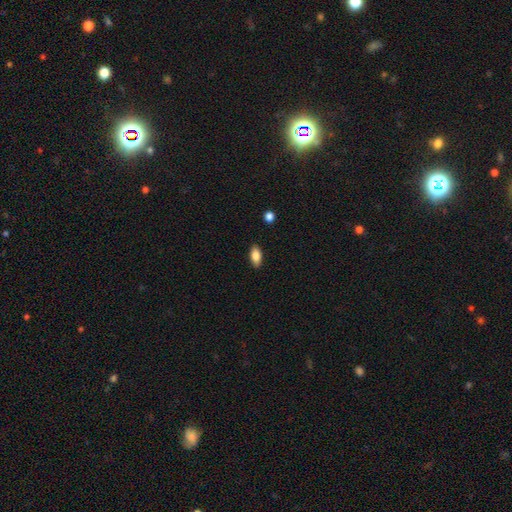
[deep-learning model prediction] Morphology: type=smooth (84%); roundness=in between (90%); merging=none (88%).